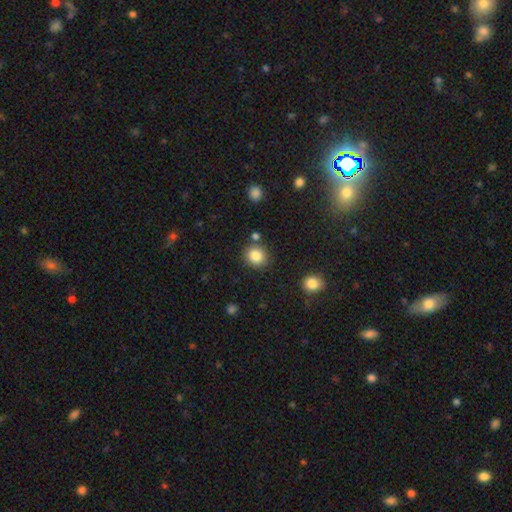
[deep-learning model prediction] smooth 85%, star or artifact 10%, featured or disk 5%. Down the decision tree: how rounded — round (81%); merging — none (81%).